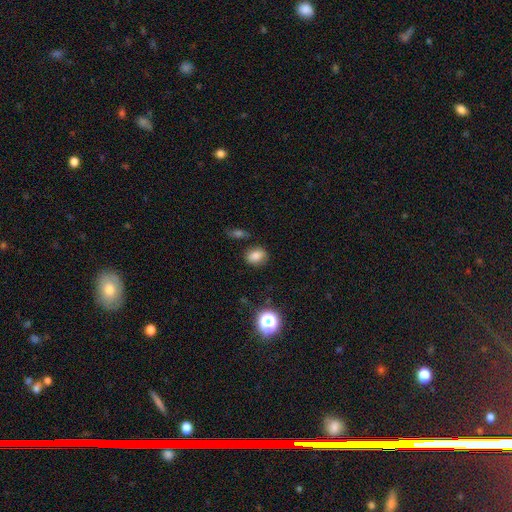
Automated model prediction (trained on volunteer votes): smooth_or_featured: smooth (p=0.78) [alt: star or artifact p=0.14]
how_rounded: in between (p=0.59) [alt: round p=0.40]
merging: none (p=0.80) [alt: minor disturbance p=0.13]